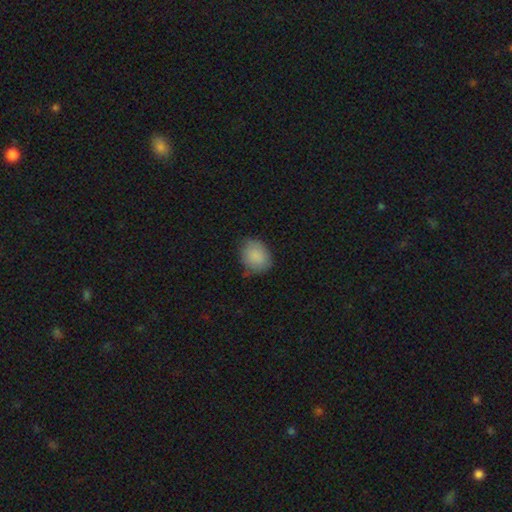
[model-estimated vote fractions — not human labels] Smooth or featured?
  - smooth: 86% *
  - star or artifact: 7%
  - featured or disk: 6%
How rounded?
  - round: 58% *
  - in between: 41%
  - cigar-shaped: 1%
Merging?
  - none: 70% *
  - minor disturbance: 24%
  - major disturbance: 5%
  - merger: 1%